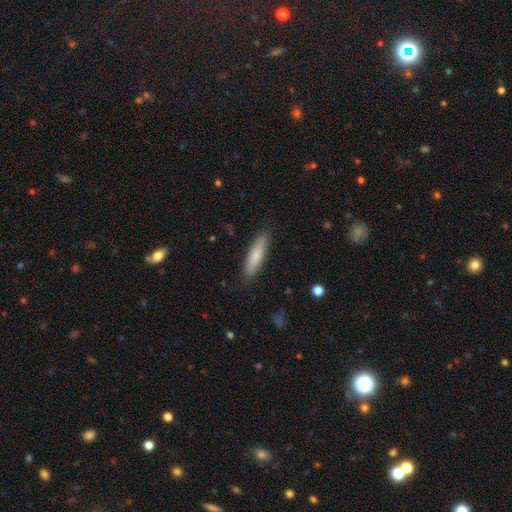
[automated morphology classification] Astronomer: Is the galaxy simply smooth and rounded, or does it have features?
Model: smooth — 79%.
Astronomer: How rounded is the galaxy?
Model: cigar-shaped — 77%.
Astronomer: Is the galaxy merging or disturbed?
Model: none — 87%.